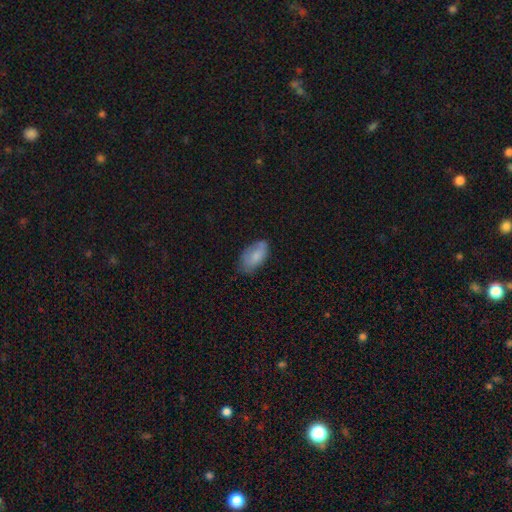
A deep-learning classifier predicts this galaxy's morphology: smooth 79%, featured or disk 14%, star or artifact 7%. Down the decision tree: how rounded — in between (94%); merging — none (63%).